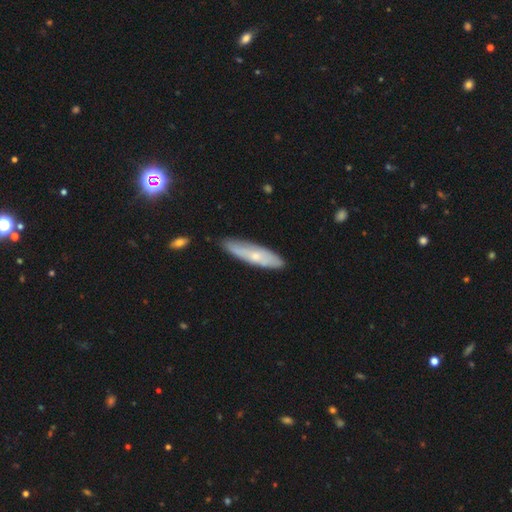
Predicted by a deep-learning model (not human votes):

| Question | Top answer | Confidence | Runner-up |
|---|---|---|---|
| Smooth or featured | smooth | 53% | featured or disk (40%) |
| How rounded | cigar-shaped | 72% | in between (26%) |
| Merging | none | 82% | minor disturbance (14%) |